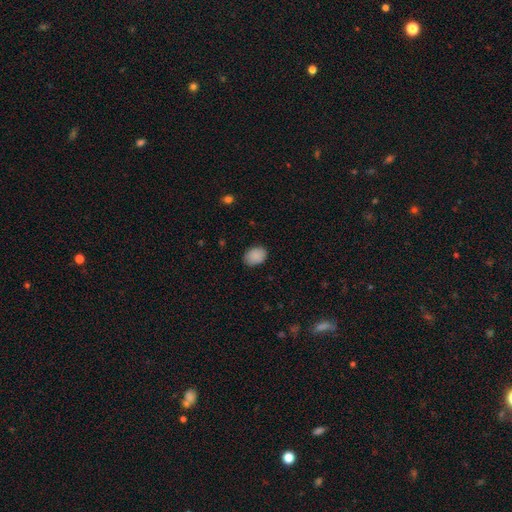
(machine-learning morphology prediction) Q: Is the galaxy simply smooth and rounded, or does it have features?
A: smooth — 89%.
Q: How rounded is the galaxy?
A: in between — 69%.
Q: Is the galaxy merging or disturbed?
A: none — 84%.